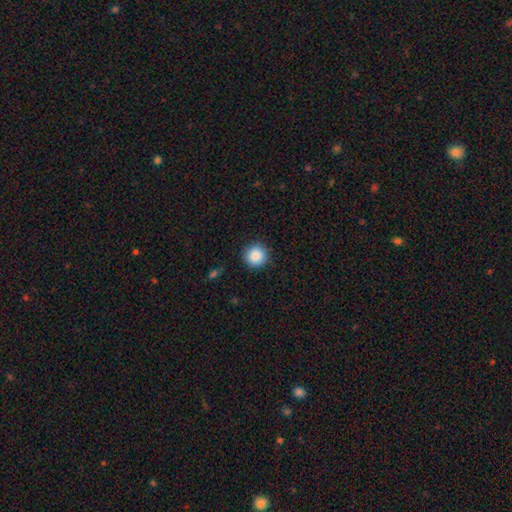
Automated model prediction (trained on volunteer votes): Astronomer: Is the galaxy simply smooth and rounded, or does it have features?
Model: smooth — 88%.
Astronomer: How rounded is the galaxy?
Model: round — 95%.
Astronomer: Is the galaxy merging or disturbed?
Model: none — 90%.